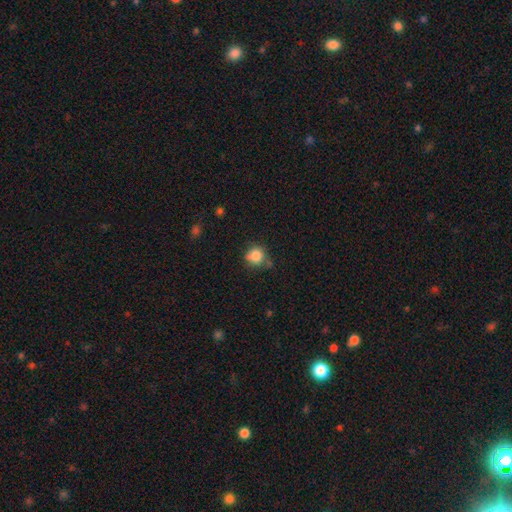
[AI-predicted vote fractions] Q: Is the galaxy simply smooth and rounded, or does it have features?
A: smooth — 83%.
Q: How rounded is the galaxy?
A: round — 86%.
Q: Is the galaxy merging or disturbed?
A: none — 63%.